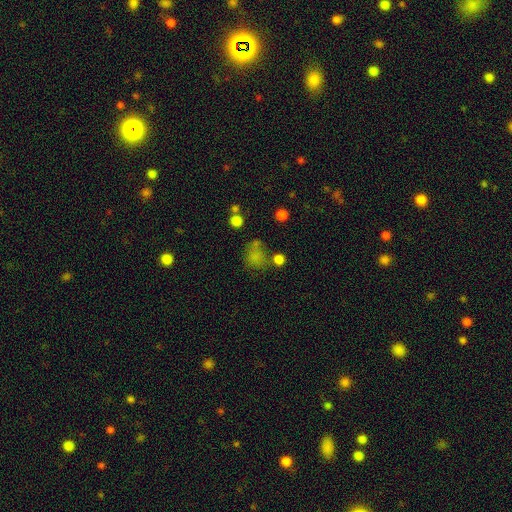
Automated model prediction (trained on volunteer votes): Smooth or featured? smooth (71%)
How rounded? round (69%)
Merging? none (53%)